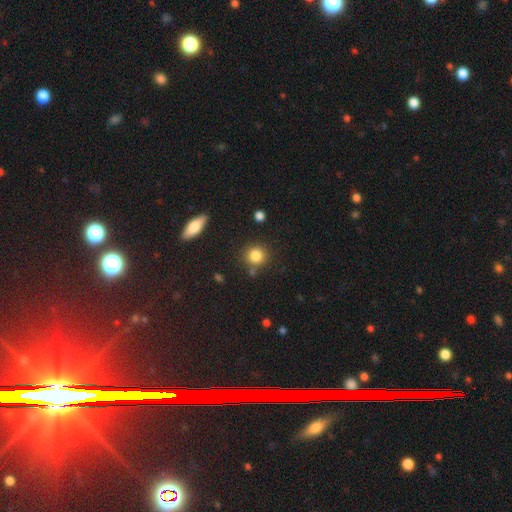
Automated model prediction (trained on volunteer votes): The model was most divided on "merging": none: 80%, minor disturbance: 9%, merger: 7%, major disturbance: 3%. More confident: how rounded — round (88%); smooth or featured — smooth (83%).